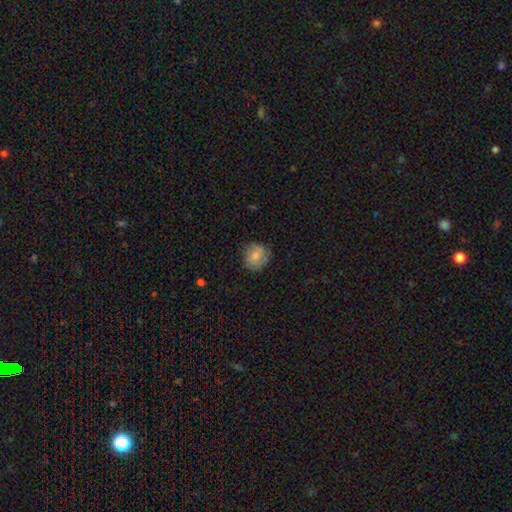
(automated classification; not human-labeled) Morphology: type=smooth (59%); roundness=round (80%); merging=none (71%).